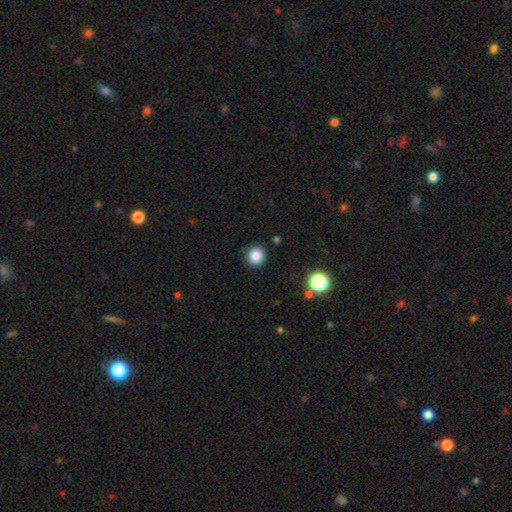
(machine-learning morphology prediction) Smooth or featured: smooth — 85% (star or artifact — 12%)
How rounded: round — 93% (in between — 6%)
Merging: none — 91% (minor disturbance — 6%)